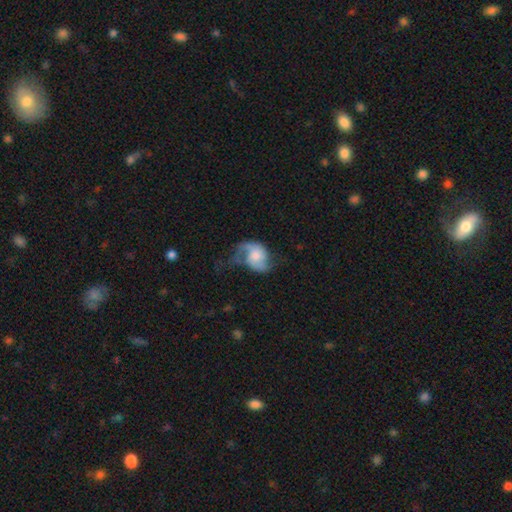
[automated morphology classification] The model was most divided on "bulge size": moderate: 40%, small: 34%, large: 13%, none: 10%, dominant: 3%. Remaining: edge-on disk — no (97%); spiral arms — yes (90%); spiral arm count — 2 (83%); smooth or featured — featured or disk (70%); bar — no (69%); spiral winding — loose (50%); merging — none (40%).